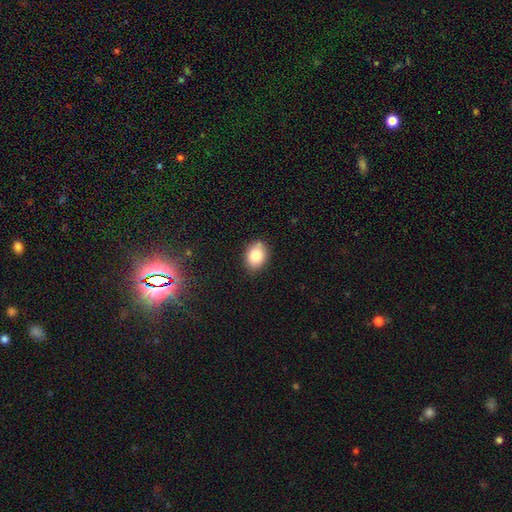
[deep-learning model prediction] Smooth or featured? smooth (82%)
How rounded? in between (60%)
Merging? none (82%)